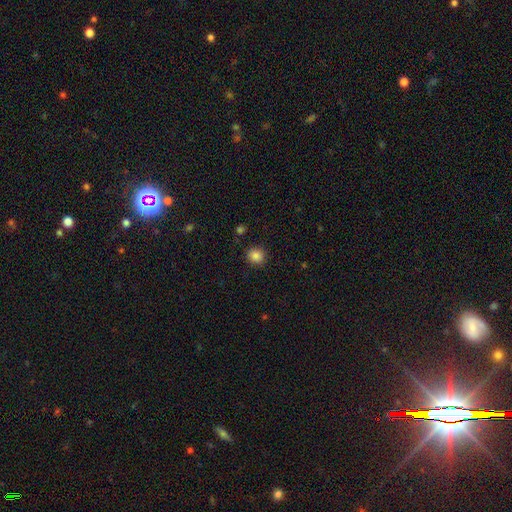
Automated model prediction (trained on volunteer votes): Smooth or featured? smooth (85%)
How rounded? round (86%)
Merging? none (88%)